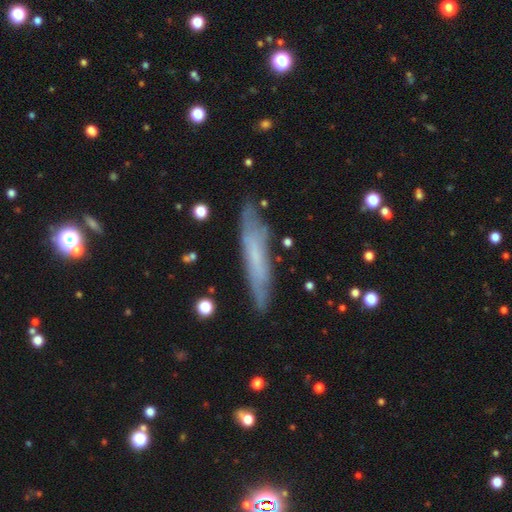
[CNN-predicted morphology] This is possibly a smooth galaxy (50%). How rounded: clearly cigar-shaped (88%). Merging: clearly none (81%).